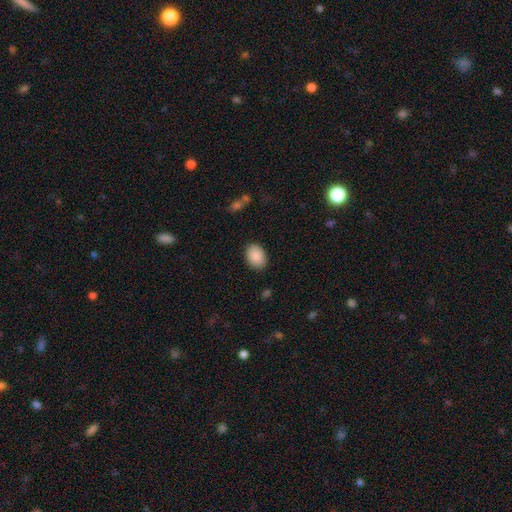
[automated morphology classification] A smooth galaxy with no disk features (90%) that is in between round and cigar-shaped (76%). Merging: none (87%).